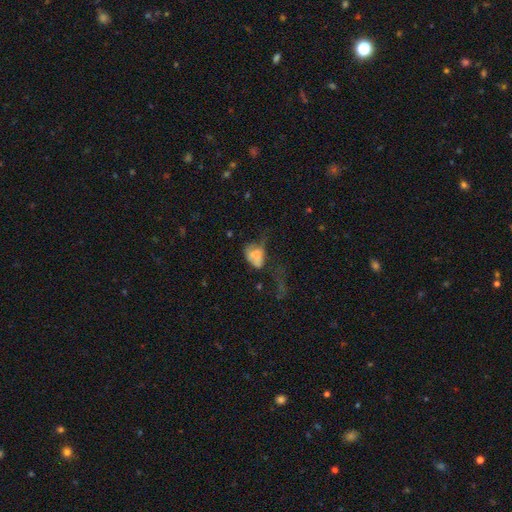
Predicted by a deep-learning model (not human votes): The model was most divided on "merging": major disturbance: 51%, minor disturbance: 21%, none: 19%, merger: 10%. More confident: how rounded — in between (80%); smooth or featured — smooth (62%).